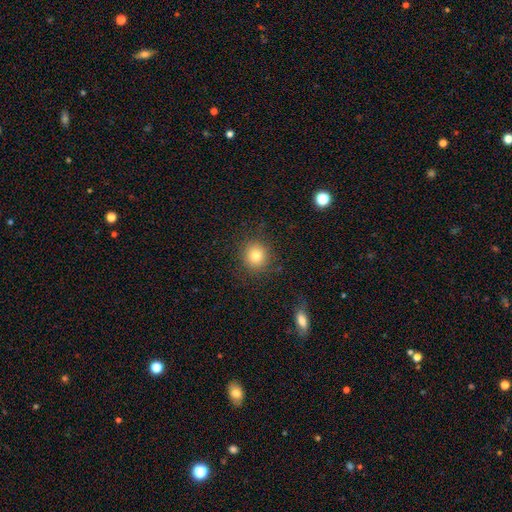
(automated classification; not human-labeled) Morphology: type=smooth (79%); roundness=round (90%); merging=none (87%).